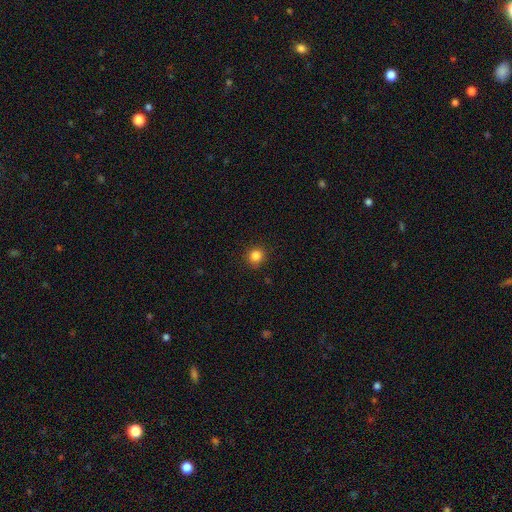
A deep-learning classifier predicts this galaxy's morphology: smooth_or_featured: smooth (p=0.84) [alt: star or artifact p=0.12]
how_rounded: round (p=0.93) [alt: in between p=0.06]
merging: none (p=0.91) [alt: minor disturbance p=0.06]